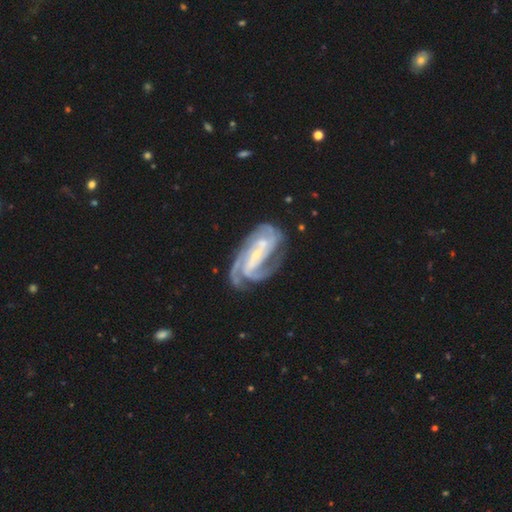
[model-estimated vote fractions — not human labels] This appears to be a featured or disk galaxy (90%) with a strong bar (44%), 3 (39%) tight (52%) spiral arms (97%) and a small central bulge (74%). Merging: none (60%).